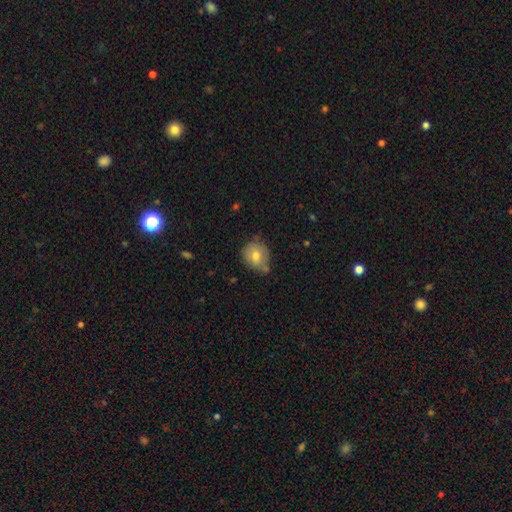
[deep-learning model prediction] A smooth galaxy with no disk features (73%) that is round (74%). Merging: none (62%).